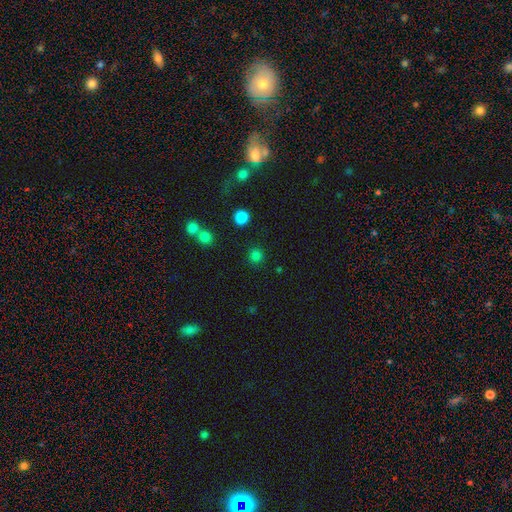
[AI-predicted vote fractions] smooth-or-featured: smooth: 79% | star or artifact: 17% | featured or disk: 4%
  how-rounded: round: 93% | in between: 6% | cigar-shaped: 1%
  merging: none: 87% | minor disturbance: 6% | merger: 4% | major disturbance: 3%